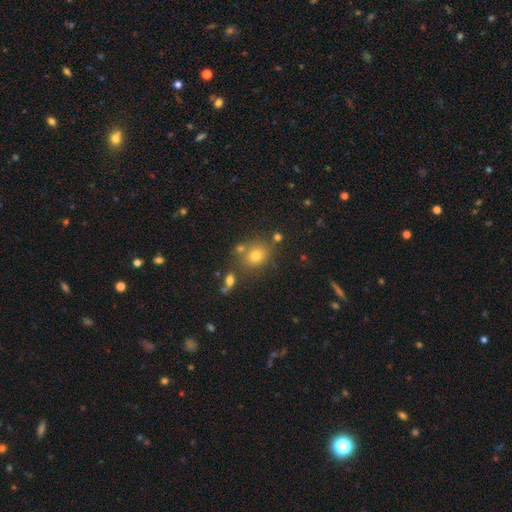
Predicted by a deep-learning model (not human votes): Overall: smooth (71%). How rounded: round (61%; in between 38%). Merging: none (71%).